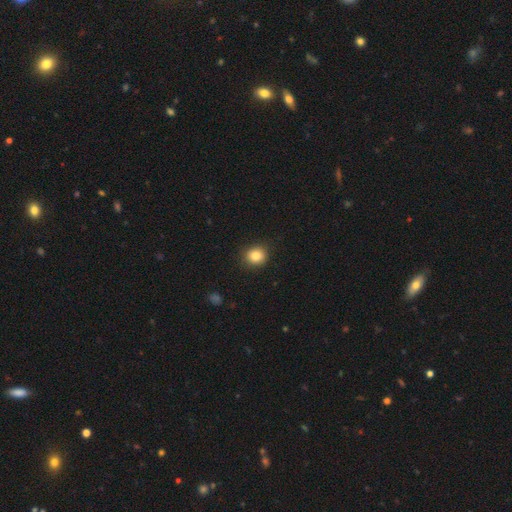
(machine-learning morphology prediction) type=smooth (85%); roundness=round (81%); merging=none (89%).